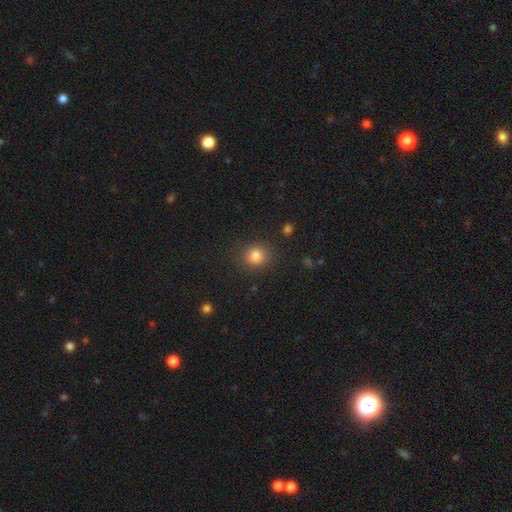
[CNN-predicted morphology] smooth_or_featured: smooth (p=0.83) [alt: star or artifact p=0.12]
how_rounded: round (p=0.80) [alt: in between p=0.19]
merging: none (p=0.85) [alt: minor disturbance p=0.10]